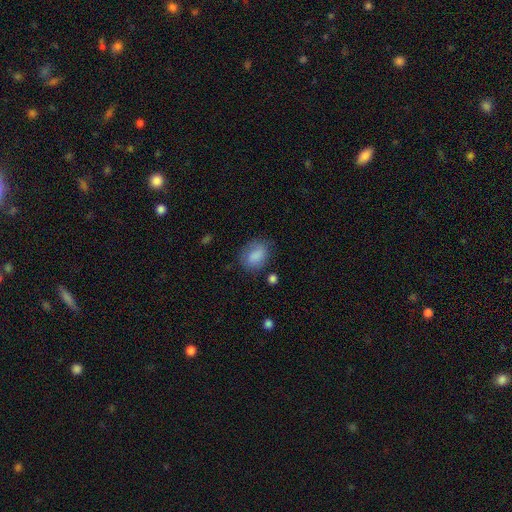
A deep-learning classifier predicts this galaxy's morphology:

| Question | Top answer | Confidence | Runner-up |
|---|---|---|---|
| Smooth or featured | smooth | 83% | featured or disk (9%) |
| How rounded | in between | 68% | round (31%) |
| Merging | none | 68% | minor disturbance (22%) |